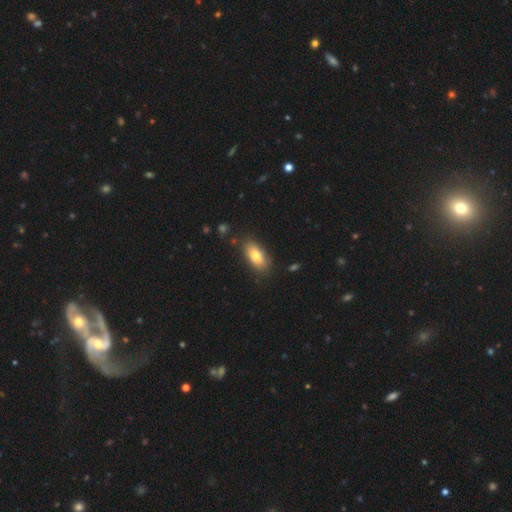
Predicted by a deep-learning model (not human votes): A smooth galaxy with no disk features (76%) that is in between round and cigar-shaped (86%). Merging: none (83%).